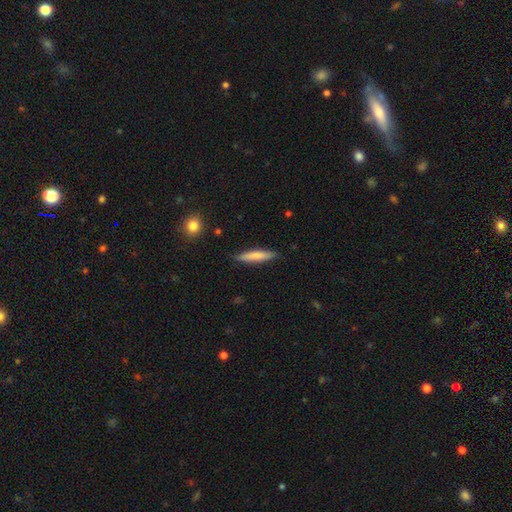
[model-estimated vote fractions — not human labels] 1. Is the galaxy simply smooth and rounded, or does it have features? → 74% smooth, 21% featured or disk, 6% star or artifact.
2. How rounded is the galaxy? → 89% cigar-shaped, 10% in between, 1% round.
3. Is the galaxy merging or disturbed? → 86% none, 10% minor disturbance, 2% major disturbance, 1% merger.